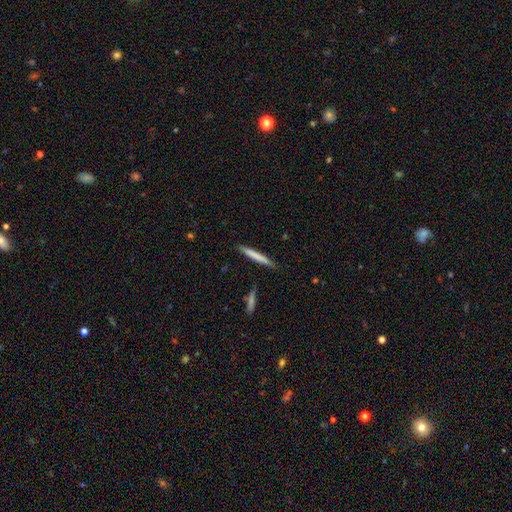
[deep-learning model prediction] Q: Smooth or featured?
A: smooth (72%); runner-up: featured or disk (22%)
Q: How rounded?
A: cigar-shaped (96%); runner-up: in between (3%)
Q: Merging?
A: none (88%); runner-up: minor disturbance (8%)